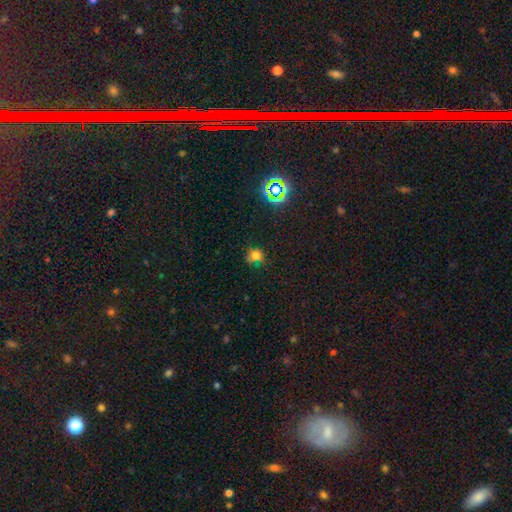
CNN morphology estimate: Q: Smooth or featured?
A: smooth (64%); runner-up: star or artifact (28%)
Q: How rounded?
A: round (72%); runner-up: in between (27%)
Q: Merging?
A: none (62%); runner-up: minor disturbance (23%)